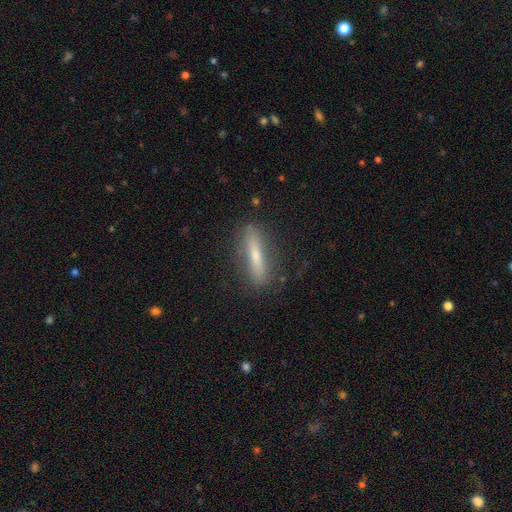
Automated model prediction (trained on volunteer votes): smooth 54%, featured or disk 39%, star or artifact 7%. Down the decision tree: how rounded — cigar-shaped (84%); merging — none (85%).